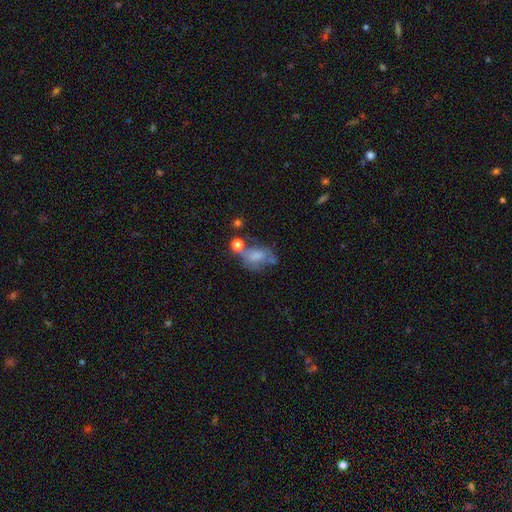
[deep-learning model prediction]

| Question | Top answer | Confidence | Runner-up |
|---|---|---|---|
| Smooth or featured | smooth | 52% | featured or disk (35%) |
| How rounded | in between | 78% | round (19%) |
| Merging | none | 31% | major disturbance (25%) |